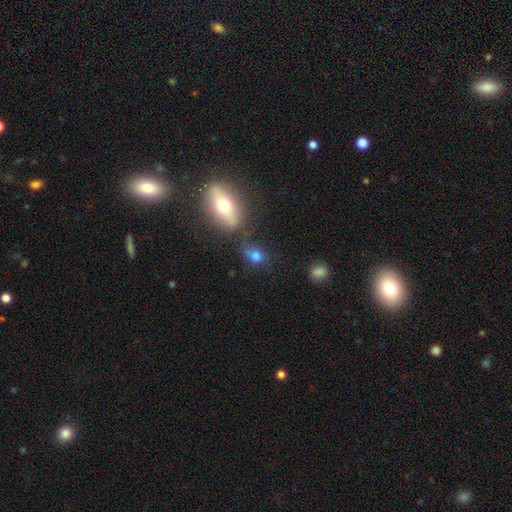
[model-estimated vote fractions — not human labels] smooth-or-featured: smooth: 72% | star or artifact: 15% | featured or disk: 13%
  how-rounded: in between: 56% | round: 40% | cigar-shaped: 4%
  merging: none: 45% | merger: 24% | minor disturbance: 19% | major disturbance: 12%